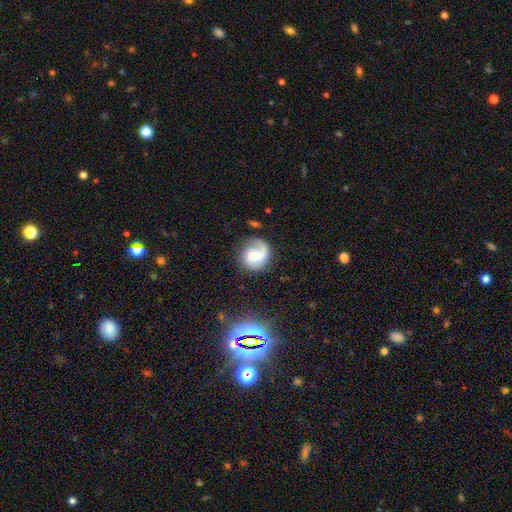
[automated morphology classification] featured or disk 66%, smooth 26%, star or artifact 8%. Down the decision tree: edge-on disk — no (98%); bar — no (56%); spiral arms — yes (93%); spiral arm count — 1 (47%); spiral winding — medium (41%); bulge size — moderate (48%); merging — none (69%).